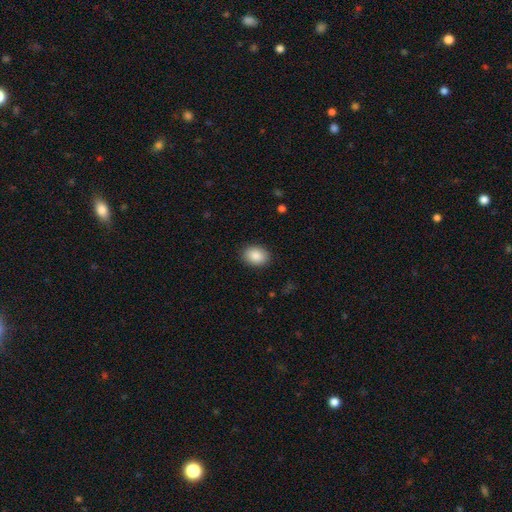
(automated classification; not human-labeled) Q: Smooth or featured?
A: smooth (88%); runner-up: star or artifact (7%)
Q: How rounded?
A: in between (66%); runner-up: round (33%)
Q: Merging?
A: none (89%); runner-up: minor disturbance (8%)